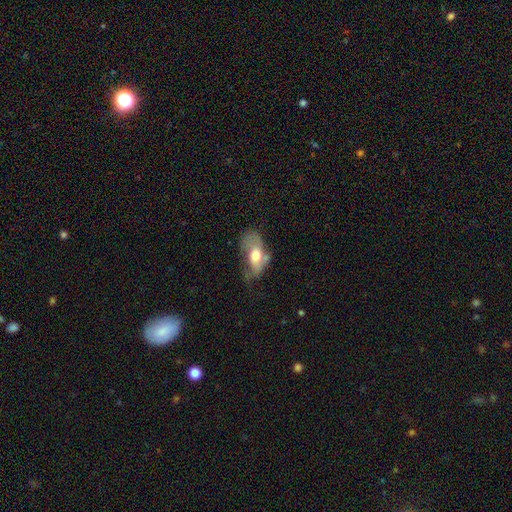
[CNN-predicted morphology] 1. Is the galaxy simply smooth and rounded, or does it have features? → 52% smooth, 41% featured or disk, 7% star or artifact.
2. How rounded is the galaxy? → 90% in between, 6% round, 4% cigar-shaped.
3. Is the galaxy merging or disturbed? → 37% major disturbance, 31% minor disturbance, 26% none, 6% merger.